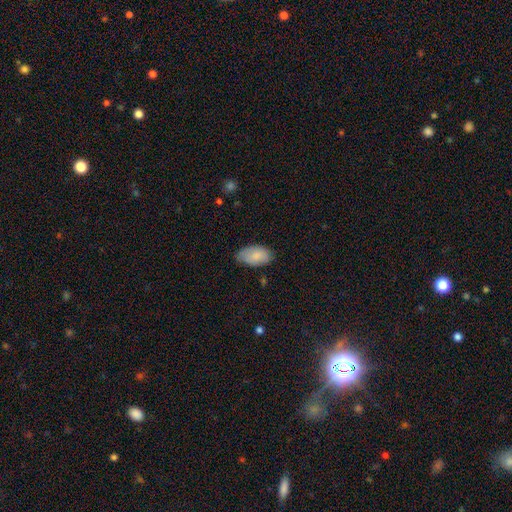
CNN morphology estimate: smooth_or_featured: smooth (p=0.84) [alt: featured or disk p=0.10]
how_rounded: in between (p=0.95) [alt: round p=0.04]
merging: none (p=0.69) [alt: minor disturbance p=0.25]